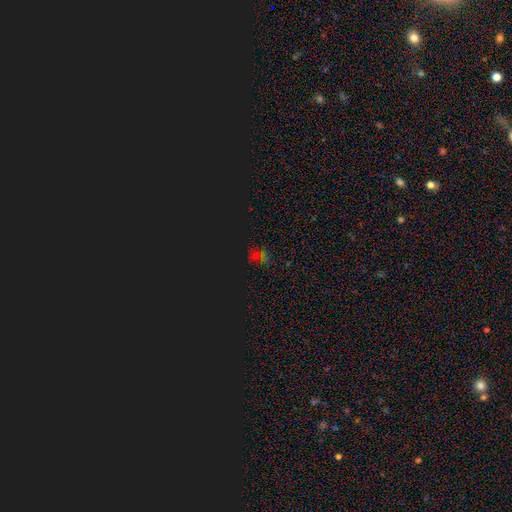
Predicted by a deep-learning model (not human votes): This is likely a star or artifact rather than a galaxy (65%).